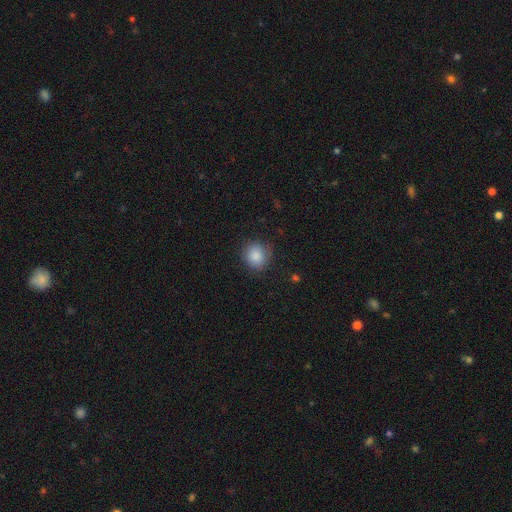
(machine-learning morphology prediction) This is clearly a smooth galaxy (86%). How rounded: clearly round (85%). Merging: clearly none (81%).